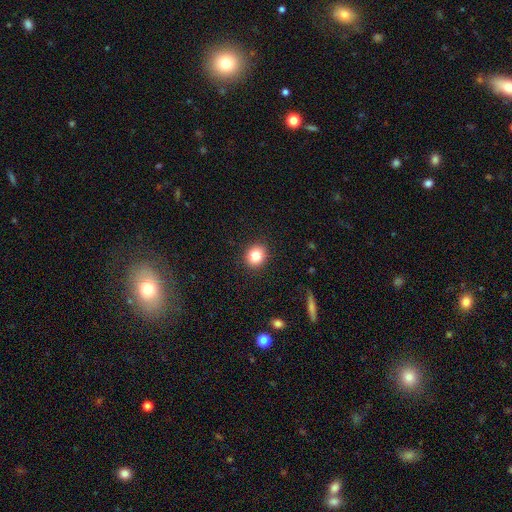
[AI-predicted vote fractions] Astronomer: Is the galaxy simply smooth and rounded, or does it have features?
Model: smooth — 83%.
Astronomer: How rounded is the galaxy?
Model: round — 69%.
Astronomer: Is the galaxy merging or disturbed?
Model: none — 89%.